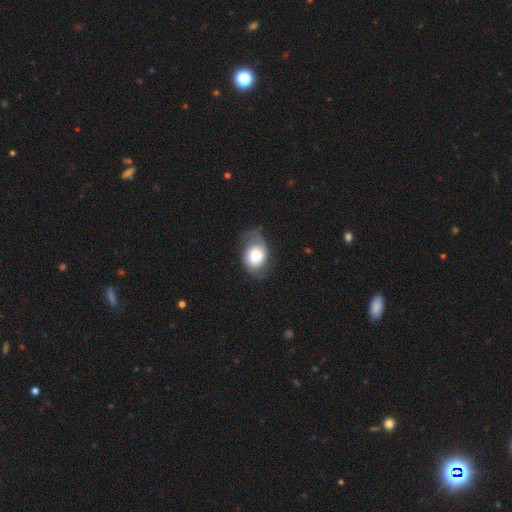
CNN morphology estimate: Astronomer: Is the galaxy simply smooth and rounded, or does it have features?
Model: smooth — 48% (runner-up: featured or disk, 44%).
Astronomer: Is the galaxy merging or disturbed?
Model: none — 55%.